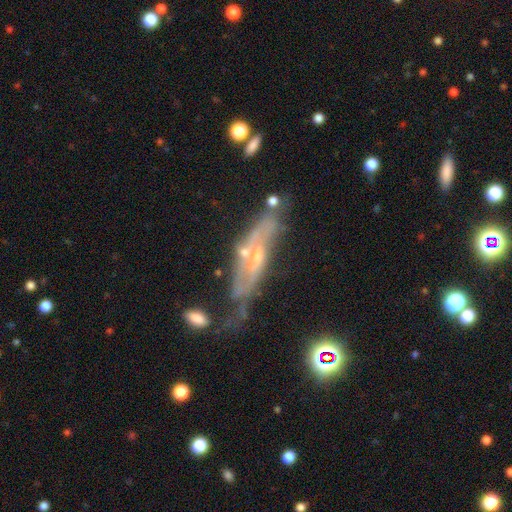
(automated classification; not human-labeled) featured or disk 68%, smooth 18%, star or artifact 14%. Down the decision tree: edge-on disk — no (62%); merging — none (43%).